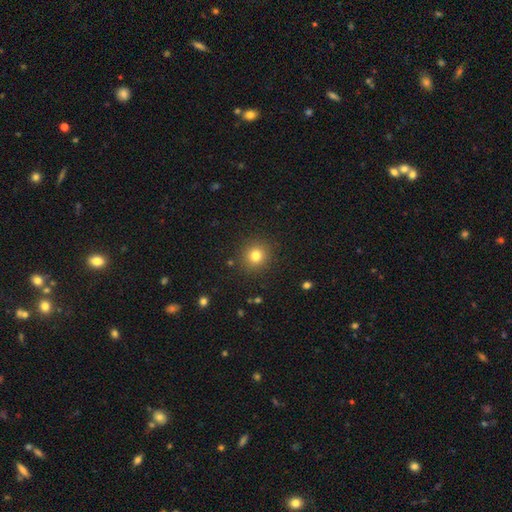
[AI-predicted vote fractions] Smooth or featured? Predicted: smooth (p=0.80). How rounded? Predicted: round (p=0.91). Merging? Predicted: none (p=0.90).